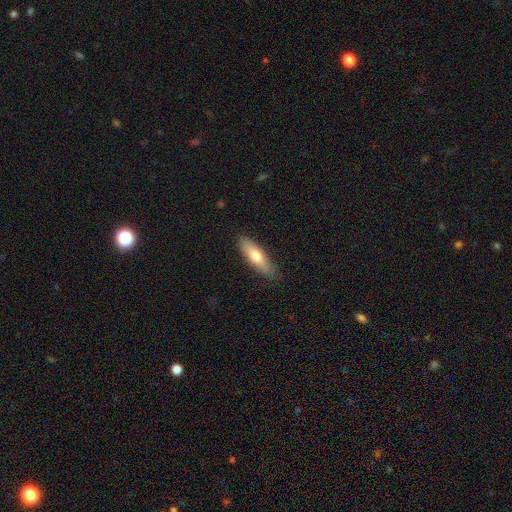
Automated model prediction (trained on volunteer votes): A smooth galaxy with no disk features (66%) that is cigar-shaped (53%). Merging: none (85%).